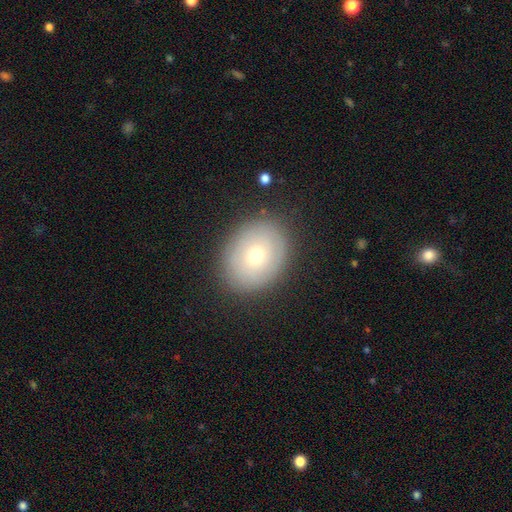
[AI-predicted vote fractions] smooth 66%, featured or disk 24%, star or artifact 11%. Down the decision tree: how rounded — round (53%); merging — none (86%).